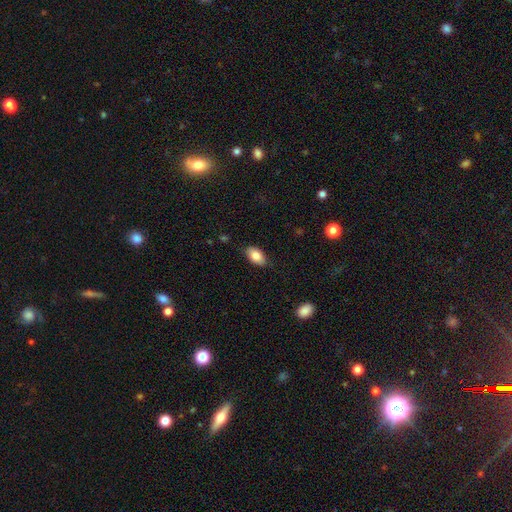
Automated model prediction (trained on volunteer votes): Morphology: type=smooth (84%); roundness=in between (93%); merging=none (84%).